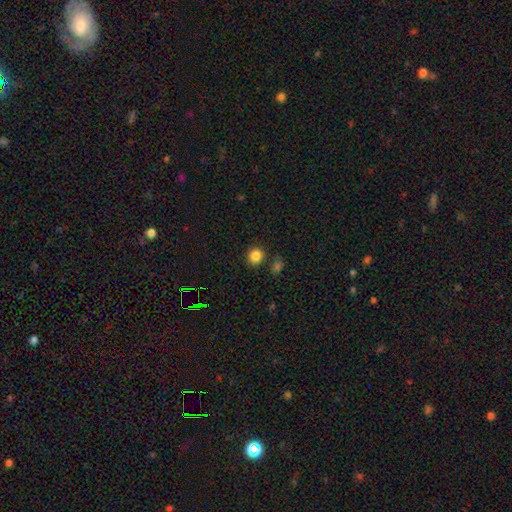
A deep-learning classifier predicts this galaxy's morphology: Smooth or featured?
  - smooth: 83% *
  - star or artifact: 12%
  - featured or disk: 5%
How rounded?
  - round: 81% *
  - in between: 18%
  - cigar-shaped: 1%
Merging?
  - none: 81% *
  - minor disturbance: 9%
  - merger: 7%
  - major disturbance: 3%